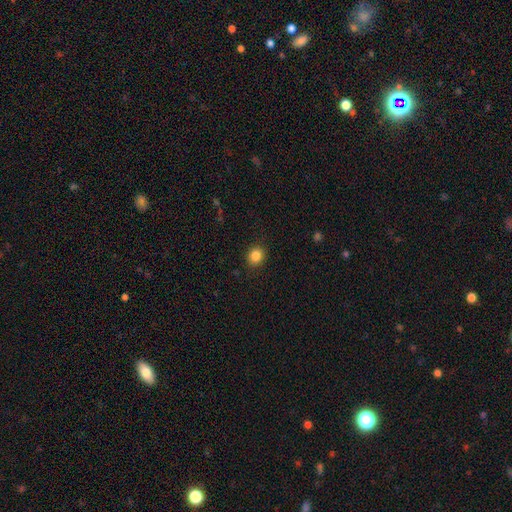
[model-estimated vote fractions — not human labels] Overall: smooth (85%). How rounded: round (78%). Merging: none (89%).